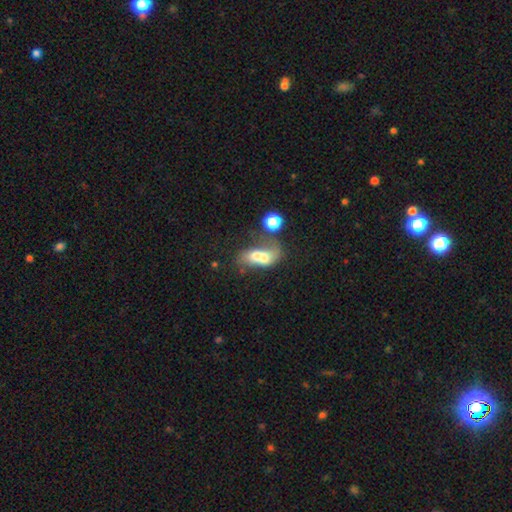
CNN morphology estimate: smooth-or-featured: smooth: 57% | featured or disk: 32% | star or artifact: 11%
  how-rounded: in between: 73% | round: 21% | cigar-shaped: 6%
  merging: merger: 68% | none: 13% | major disturbance: 11% | minor disturbance: 8%